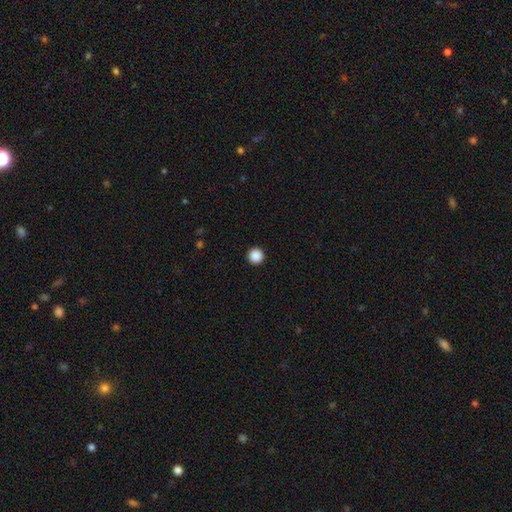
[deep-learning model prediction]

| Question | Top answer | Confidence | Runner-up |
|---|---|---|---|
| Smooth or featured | smooth | 88% | star or artifact (10%) |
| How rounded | round | 97% | in between (2%) |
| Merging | none | 94% | minor disturbance (3%) |